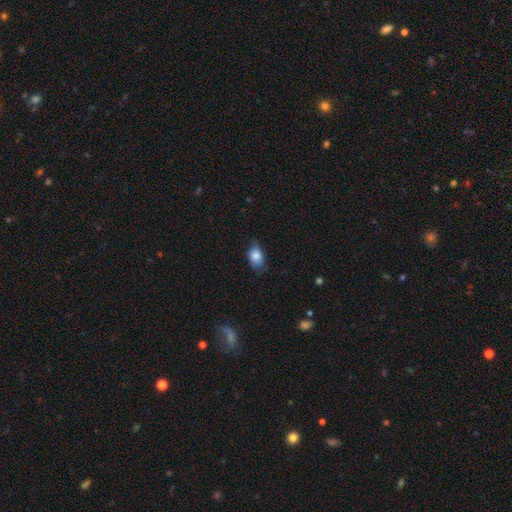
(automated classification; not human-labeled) smooth 80%, featured or disk 12%, star or artifact 8%. Down the decision tree: how rounded — in between (82%); merging — none (61%).